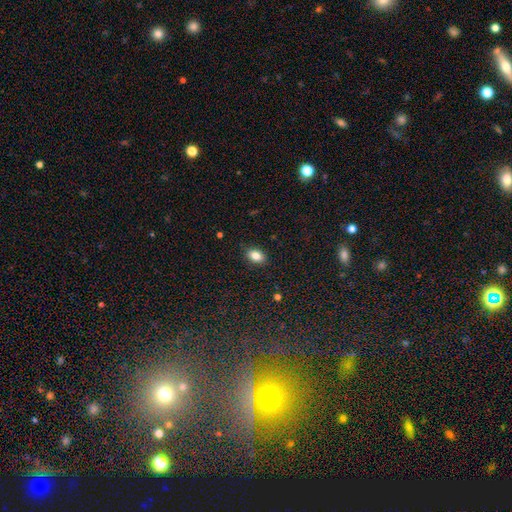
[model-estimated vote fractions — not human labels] smooth_or_featured: smooth (p=0.83) [alt: star or artifact p=0.09]
how_rounded: in between (p=0.85) [alt: round p=0.13]
merging: none (p=0.87) [alt: minor disturbance p=0.10]